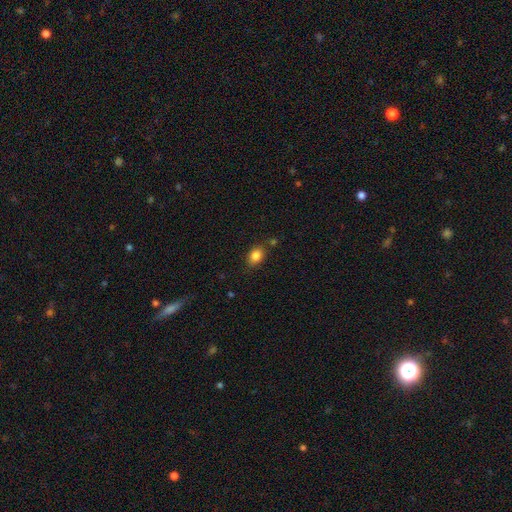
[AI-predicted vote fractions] smooth 85%, star or artifact 9%, featured or disk 6%. Down the decision tree: how rounded — in between (72%); merging — none (79%).